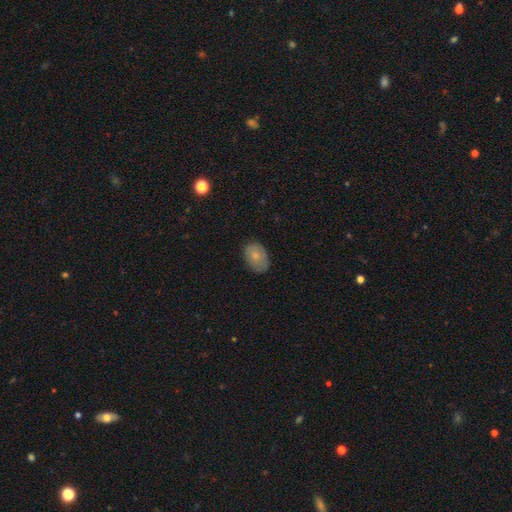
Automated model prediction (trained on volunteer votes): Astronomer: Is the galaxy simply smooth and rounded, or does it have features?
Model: smooth — 74%.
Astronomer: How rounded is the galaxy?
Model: in between — 80%.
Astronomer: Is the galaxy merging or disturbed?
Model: none — 74%.